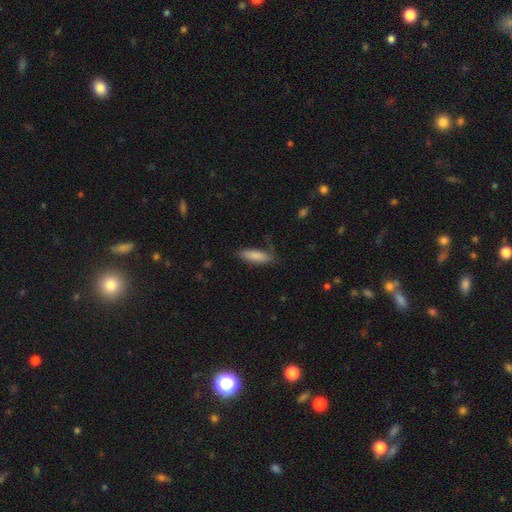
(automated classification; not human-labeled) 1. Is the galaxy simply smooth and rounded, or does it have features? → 84% smooth, 10% featured or disk, 6% star or artifact.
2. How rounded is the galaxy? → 50% in between, 48% cigar-shaped, 2% round.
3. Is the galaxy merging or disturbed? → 72% none, 20% minor disturbance, 6% major disturbance, 2% merger.